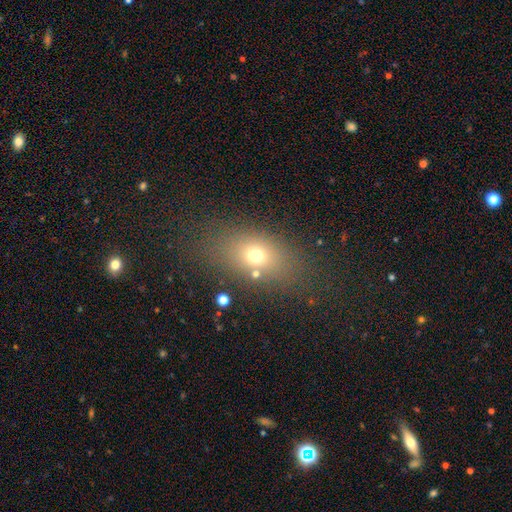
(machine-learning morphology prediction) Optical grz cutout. It shows a smooth galaxy with no disk features (67%) that is in between round and cigar-shaped (71%). Merging: none (75%).